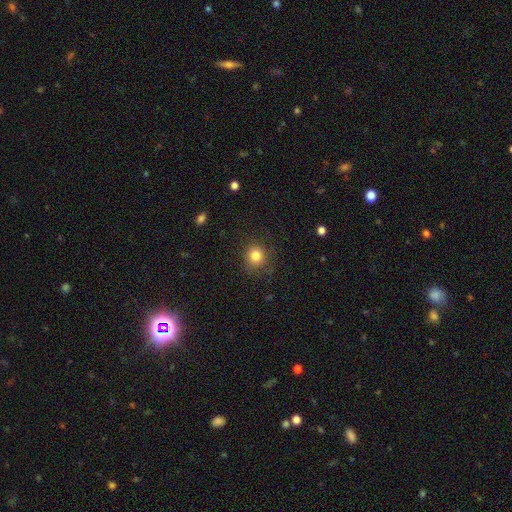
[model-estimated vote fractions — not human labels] This is clearly a smooth galaxy (83%). How rounded: clearly round (86%). Merging: clearly none (84%).